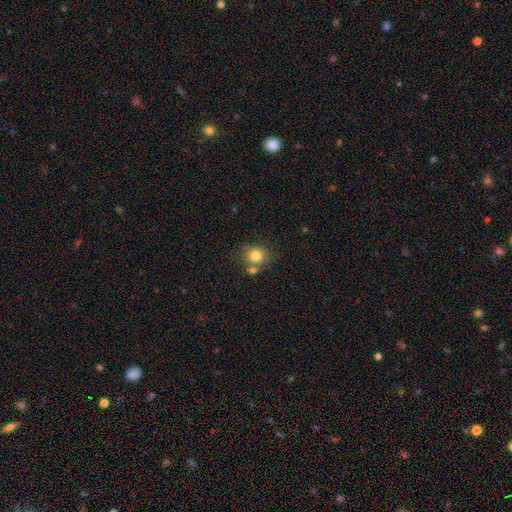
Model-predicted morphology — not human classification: Q: Smooth or featured?
A: smooth (80%); runner-up: star or artifact (11%)
Q: How rounded?
A: round (75%); runner-up: in between (24%)
Q: Merging?
A: none (62%); runner-up: merger (21%)